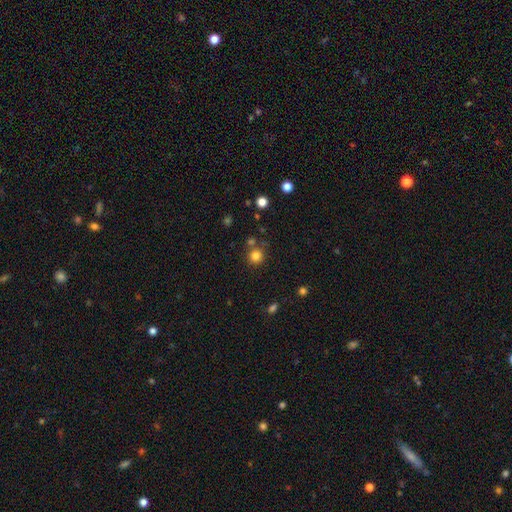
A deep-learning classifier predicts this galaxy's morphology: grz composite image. It shows a smooth galaxy with no disk features (81%) that is round (92%). Merging: none (74%).